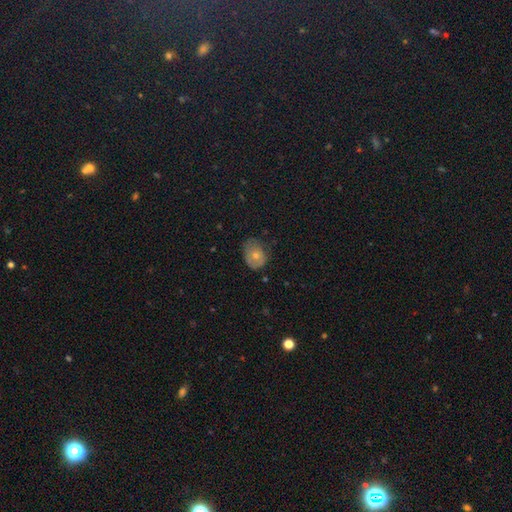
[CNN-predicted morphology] Smooth or featured: smooth — 66% (featured or disk — 26%)
How rounded: in between — 60% (round — 39%)
Merging: none — 49% (minor disturbance — 36%)